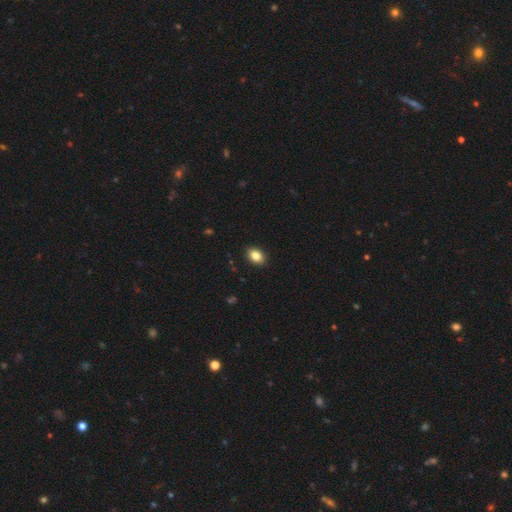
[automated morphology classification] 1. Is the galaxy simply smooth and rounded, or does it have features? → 85% smooth, 9% star or artifact, 6% featured or disk.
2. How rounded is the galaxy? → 81% in between, 18% round, 1% cigar-shaped.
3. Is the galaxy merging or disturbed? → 91% none, 7% minor disturbance, 2% major disturbance, 1% merger.